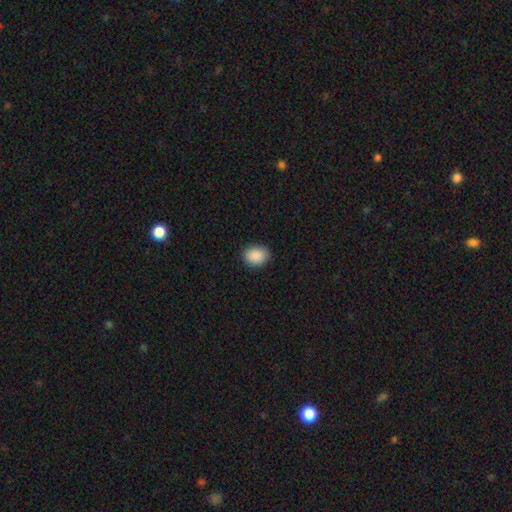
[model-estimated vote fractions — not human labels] Smooth or featured: smooth — 90% (star or artifact — 7%)
How rounded: in between — 62% (round — 37%)
Merging: none — 88% (minor disturbance — 9%)